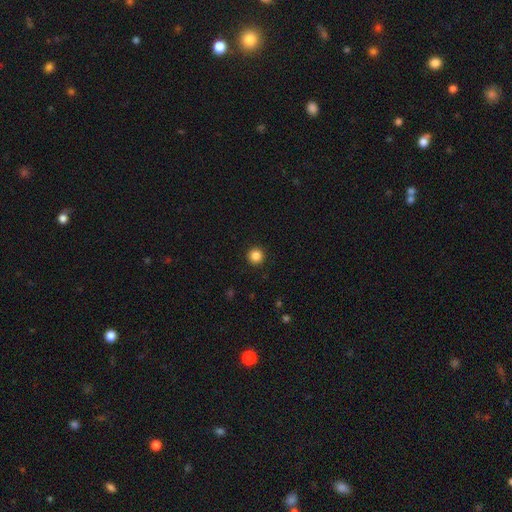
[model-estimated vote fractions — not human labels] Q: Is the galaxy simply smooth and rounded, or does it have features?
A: smooth — 85%.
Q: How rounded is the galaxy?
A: round — 96%.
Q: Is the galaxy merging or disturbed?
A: none — 93%.